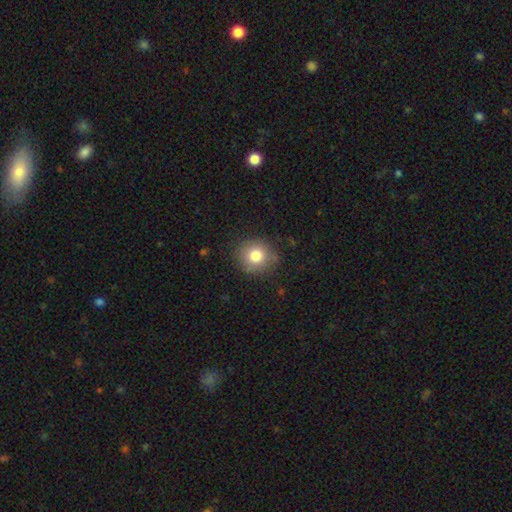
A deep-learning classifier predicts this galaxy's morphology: This appears to be a smooth galaxy with no disk features (80%) that is round (88%). Merging: none (85%).